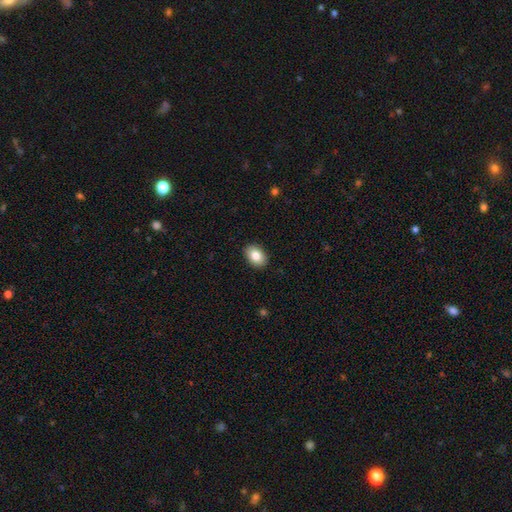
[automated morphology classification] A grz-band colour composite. It shows a smooth galaxy with no disk features (85%) that is in between round and cigar-shaped (83%). Merging: none (90%).